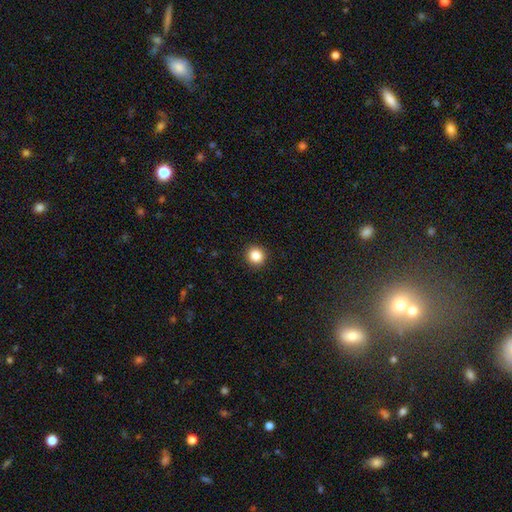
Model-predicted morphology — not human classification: smooth_or_featured: smooth (p=0.86) [alt: star or artifact p=0.10]
how_rounded: round (p=0.92) [alt: in between p=0.07]
merging: none (p=0.92) [alt: minor disturbance p=0.05]